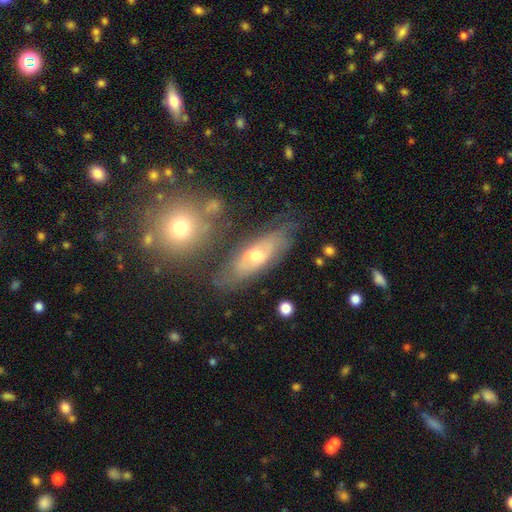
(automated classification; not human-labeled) Smooth or featured? featured or disk (64%)
Edge-on disk? no (74%)
Merging? none (69%)